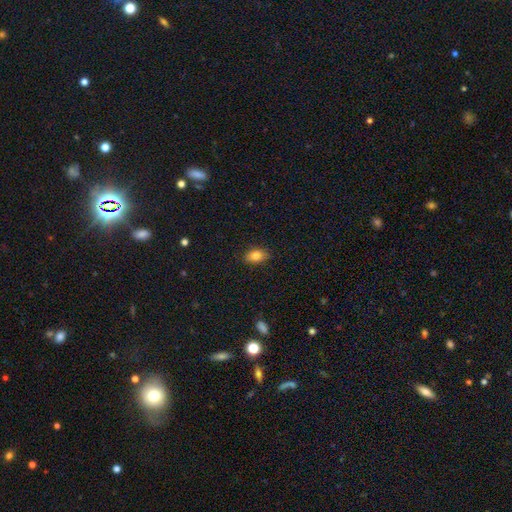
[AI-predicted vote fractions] The model was most divided on "how rounded": in between: 84%, round: 14%, cigar-shaped: 2%. More confident: merging — none (86%); smooth or featured — smooth (84%).